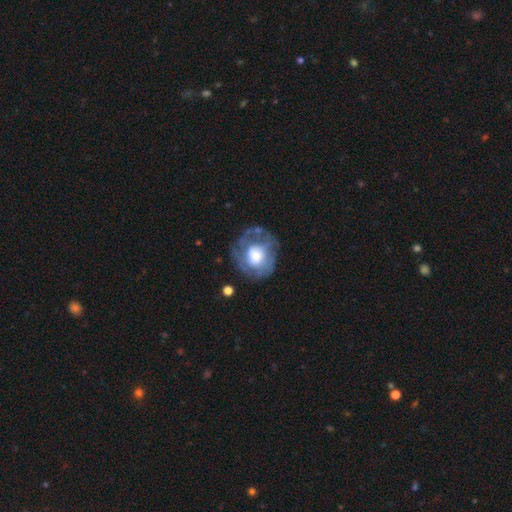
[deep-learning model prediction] Overall: featured or disk (56%; smooth 36%). Edge-on disk: no (97%). Bar: no (81%). Spiral arms: yes (53%; no 47%). Bulge size: large (46%; moderate 34%). Merging: none (58%; minor disturbance 21%).